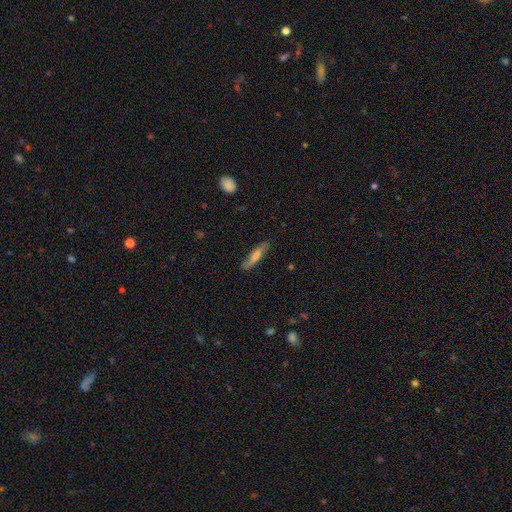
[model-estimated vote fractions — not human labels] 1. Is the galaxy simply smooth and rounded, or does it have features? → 54% smooth, 39% featured or disk, 7% star or artifact.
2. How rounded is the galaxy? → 79% cigar-shaped, 19% in between, 2% round.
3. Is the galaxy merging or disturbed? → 79% none, 16% minor disturbance, 3% major disturbance, 2% merger.